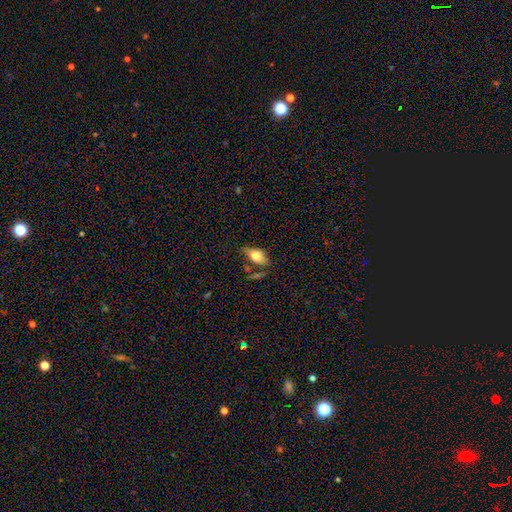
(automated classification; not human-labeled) Smooth or featured: smooth — 72% (featured or disk — 20%)
How rounded: in between — 86% (cigar-shaped — 7%)
Merging: none — 53% (minor disturbance — 26%)